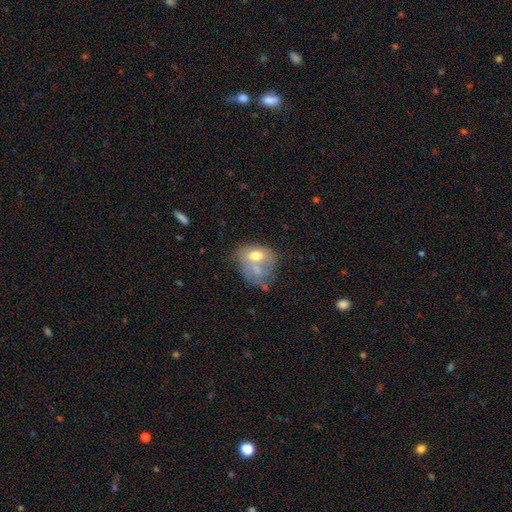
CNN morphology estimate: Smooth or featured? smooth (59%)
How rounded? in between (60%)
Merging? merger (42%)